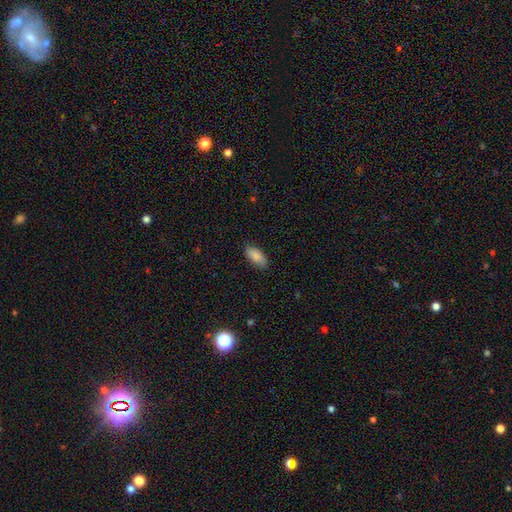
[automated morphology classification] Smooth or featured?
  - smooth: 86% *
  - featured or disk: 8%
  - star or artifact: 6%
How rounded?
  - in between: 90% *
  - cigar-shaped: 8%
  - round: 2%
Merging?
  - none: 81% *
  - minor disturbance: 15%
  - major disturbance: 3%
  - merger: 1%